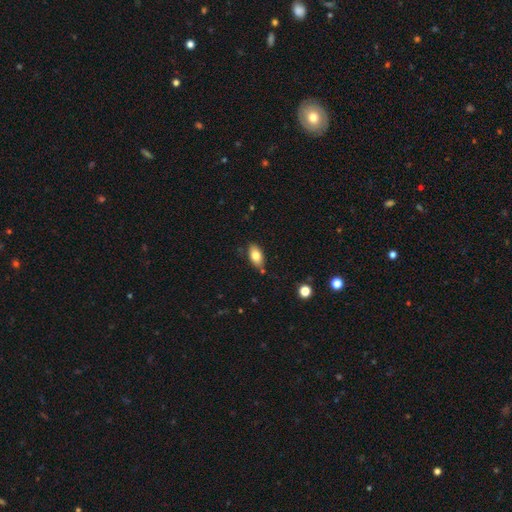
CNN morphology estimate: This is likely a smooth galaxy (79%). How rounded: clearly in between (90%). Merging: likely none (78%).